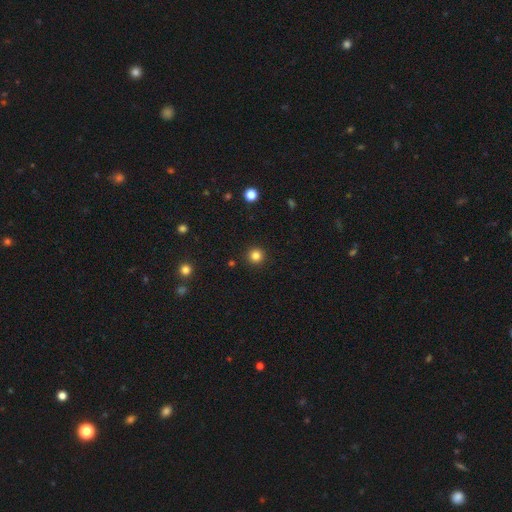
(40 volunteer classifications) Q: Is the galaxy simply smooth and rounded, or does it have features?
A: smooth — 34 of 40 (85%).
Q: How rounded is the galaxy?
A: round — 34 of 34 (100%).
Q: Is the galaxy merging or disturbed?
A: none — 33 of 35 (94%).